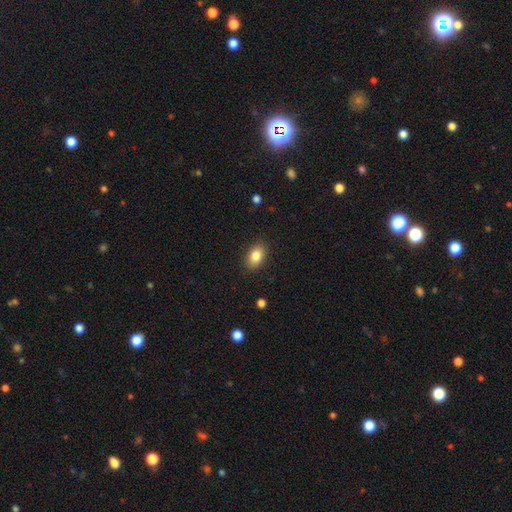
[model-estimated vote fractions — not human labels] A smooth galaxy with no disk features (84%) that is in between round and cigar-shaped (86%).

Vote fractions:
- Smooth or featured? smooth: 84% / star or artifact: 8% / featured or disk: 8%
- How rounded? in between: 86% / round: 13% / cigar-shaped: 1%
- Merging? none: 88% / minor disturbance: 9% / major disturbance: 2% / merger: 1%